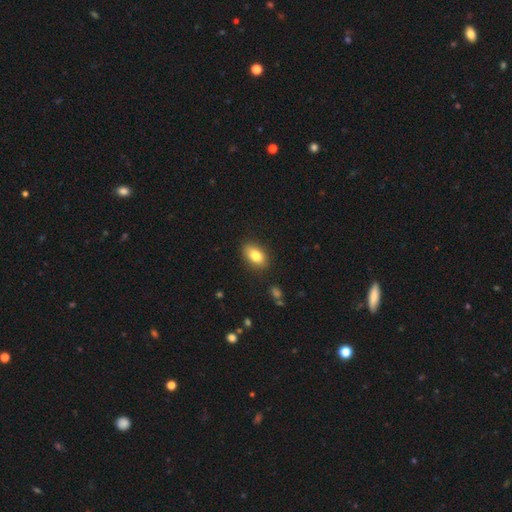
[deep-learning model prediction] smooth-or-featured: smooth: 82% | featured or disk: 10% | star or artifact: 8%
  how-rounded: in between: 87% | round: 10% | cigar-shaped: 2%
  merging: none: 86% | minor disturbance: 10% | major disturbance: 2% | merger: 1%